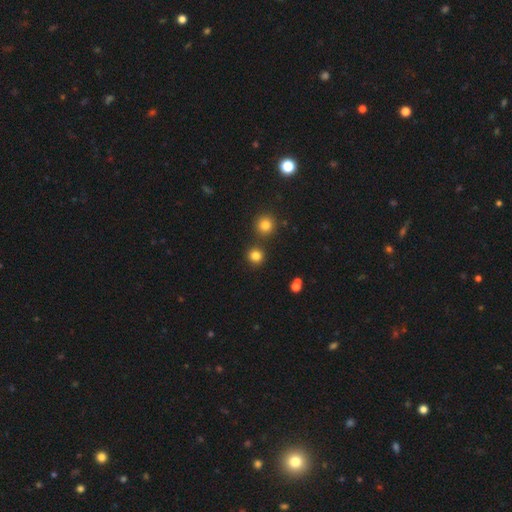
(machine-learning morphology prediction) smooth_or_featured: smooth (p=0.81) [alt: star or artifact p=0.14]
how_rounded: round (p=0.92) [alt: in between p=0.07]
merging: none (p=0.83) [alt: merger p=0.07]